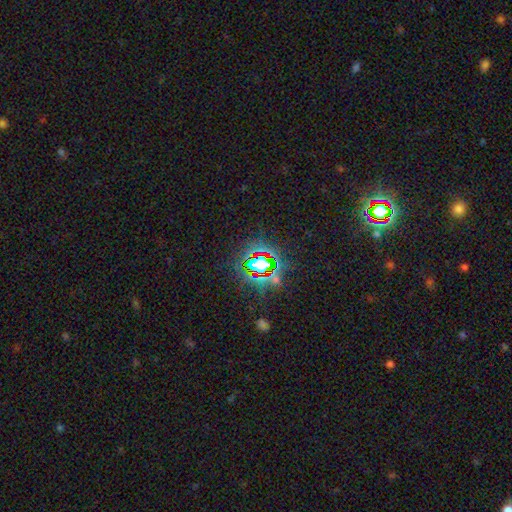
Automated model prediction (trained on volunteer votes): Smooth or featured: star or artifact — 76% (smooth — 14%)